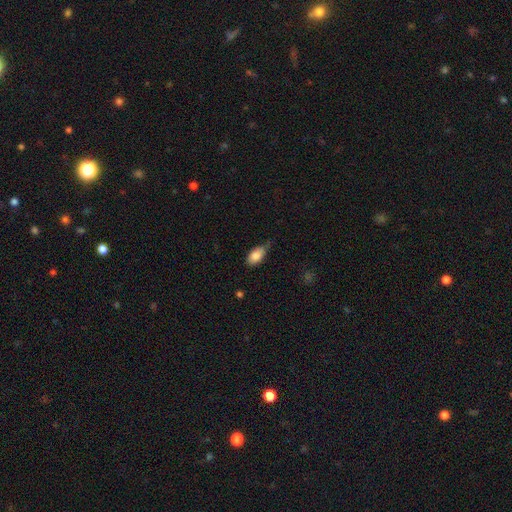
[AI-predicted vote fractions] Q: Smooth or featured?
A: smooth (83%); runner-up: featured or disk (10%)
Q: How rounded?
A: in between (92%); runner-up: round (4%)
Q: Merging?
A: none (52%); runner-up: minor disturbance (38%)